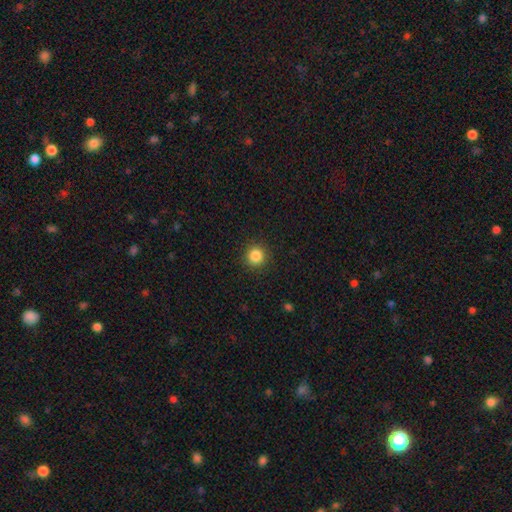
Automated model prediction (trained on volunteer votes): Morphology: type=smooth (85%); roundness=round (94%); merging=none (92%).